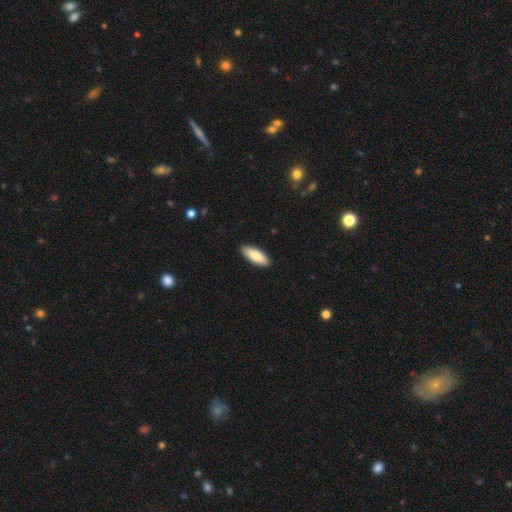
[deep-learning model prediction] A smooth galaxy with no disk features (82%) that is in between round and cigar-shaped (73%). Merging: none (91%).